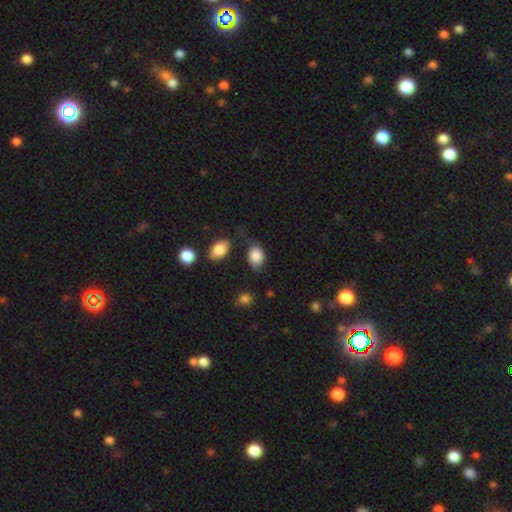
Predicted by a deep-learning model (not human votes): Smooth or featured: smooth — 83% (featured or disk — 10%)
How rounded: in between — 82% (round — 17%)
Merging: none — 56% (minor disturbance — 29%)